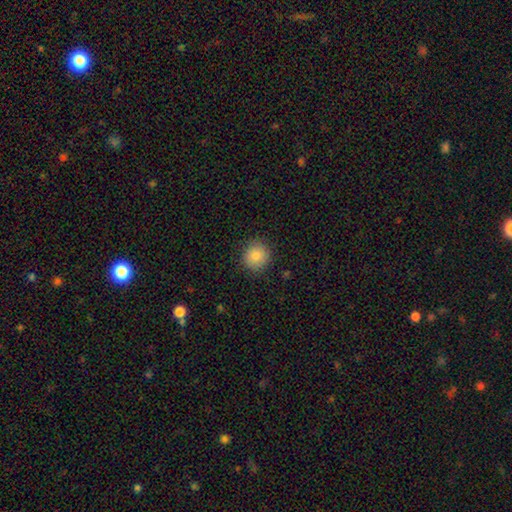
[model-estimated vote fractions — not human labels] This is clearly a smooth galaxy (85%). How rounded: clearly round (91%). Merging: clearly none (89%).